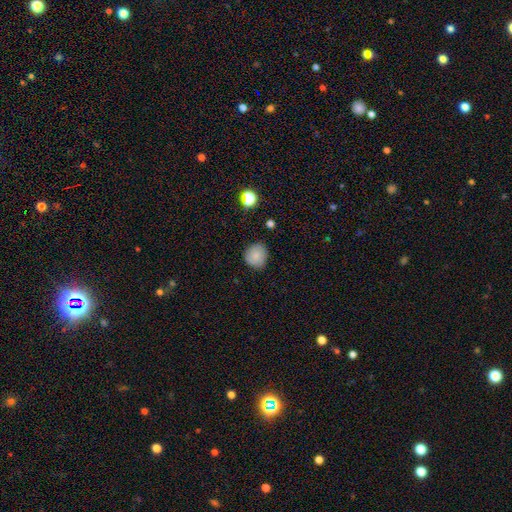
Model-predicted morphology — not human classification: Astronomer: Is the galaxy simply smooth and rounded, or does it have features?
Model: smooth — 82%.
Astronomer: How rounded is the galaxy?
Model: round — 88%.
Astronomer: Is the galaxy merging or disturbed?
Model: none — 83%.